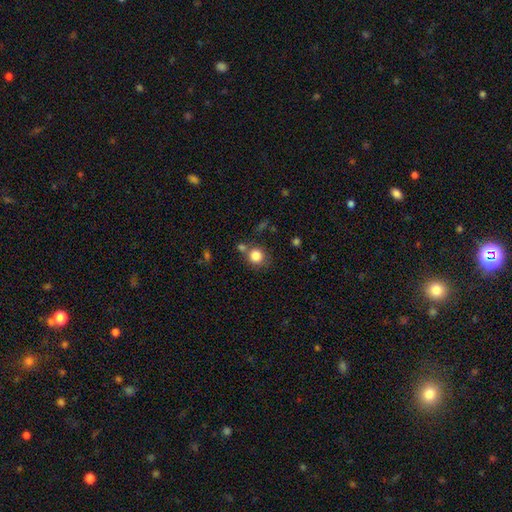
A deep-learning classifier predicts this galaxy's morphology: Smooth or featured? Predicted: smooth (p=0.84). How rounded? Predicted: round (p=0.87). Merging? Predicted: none (p=0.66).